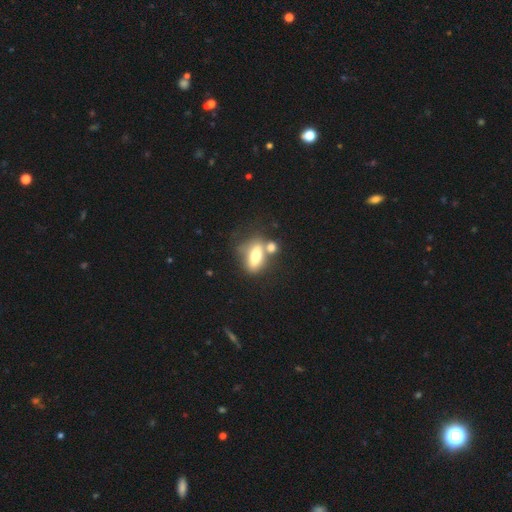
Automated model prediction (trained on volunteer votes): Smooth or featured? Predicted: smooth (p=0.64). How rounded? Predicted: in between (p=0.73). Merging? Predicted: merger (p=0.41).